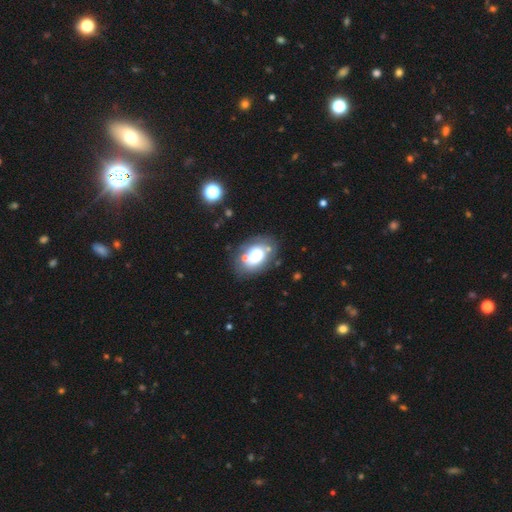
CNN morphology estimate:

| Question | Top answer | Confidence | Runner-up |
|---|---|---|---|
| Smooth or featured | smooth | 70% | featured or disk (20%) |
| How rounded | in between | 81% | round (18%) |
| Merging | none | 61% | minor disturbance (20%) |